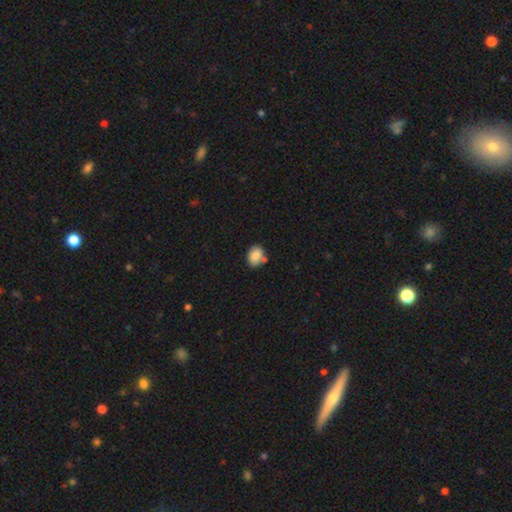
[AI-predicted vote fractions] Smooth or featured? Predicted: smooth (p=0.84). How rounded? Predicted: in between (p=0.66). Merging? Predicted: none (p=0.58).